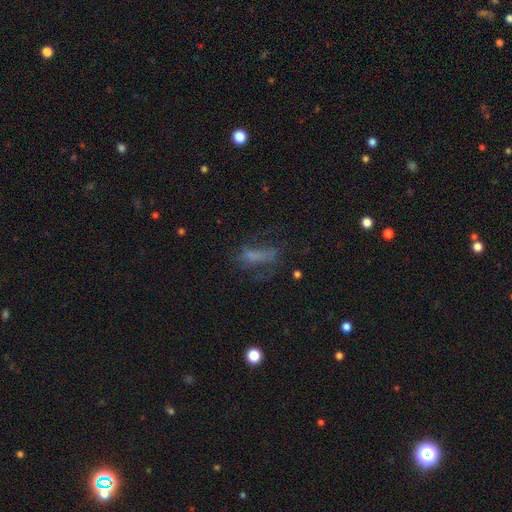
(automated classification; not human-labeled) Smooth or featured: smooth — 46% (featured or disk — 32%)
Merging: none — 40% (major disturbance — 36%)